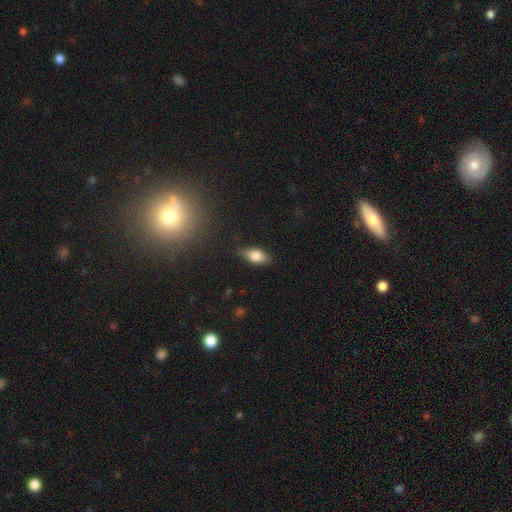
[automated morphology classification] Q: Smooth or featured?
A: smooth (72%); runner-up: featured or disk (21%)
Q: How rounded?
A: in between (84%); runner-up: cigar-shaped (11%)
Q: Merging?
A: none (83%); runner-up: minor disturbance (13%)